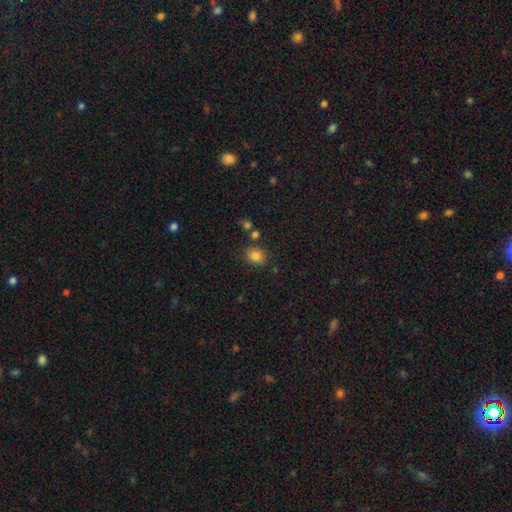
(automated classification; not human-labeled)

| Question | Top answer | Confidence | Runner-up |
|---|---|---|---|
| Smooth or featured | smooth | 82% | star or artifact (12%) |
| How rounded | round | 53% | in between (46%) |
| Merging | none | 79% | minor disturbance (12%) |